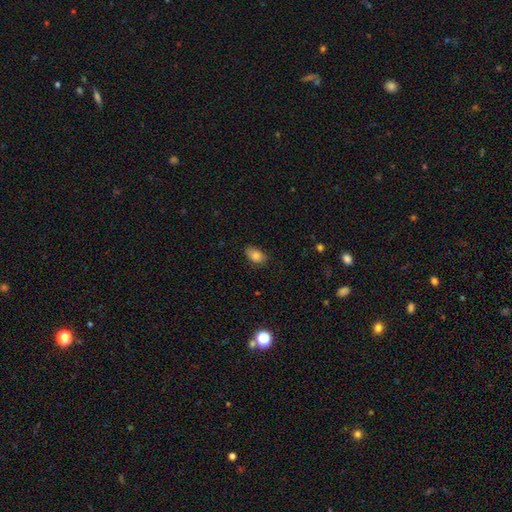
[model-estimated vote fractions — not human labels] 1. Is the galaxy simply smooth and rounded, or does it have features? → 80% smooth, 11% featured or disk, 9% star or artifact.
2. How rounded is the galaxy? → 87% in between, 12% round, 2% cigar-shaped.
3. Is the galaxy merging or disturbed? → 76% none, 20% minor disturbance, 3% major disturbance, 1% merger.